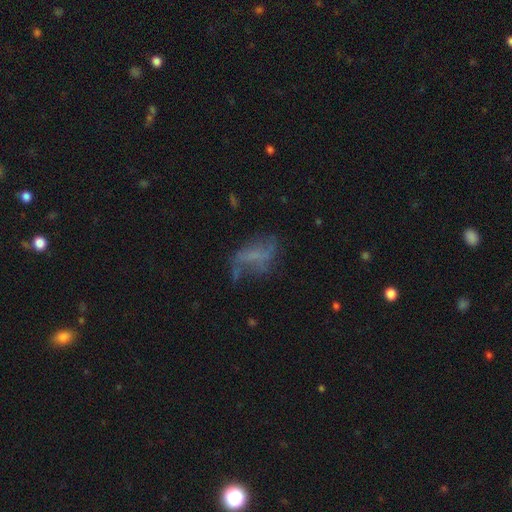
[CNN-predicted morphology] smooth-or-featured: featured or disk: 51% | smooth: 34% | star or artifact: 15%
  disk-edge-on: no: 94% | yes: 6%
  merging: none: 41% | major disturbance: 29% | minor disturbance: 25% | merger: 5%